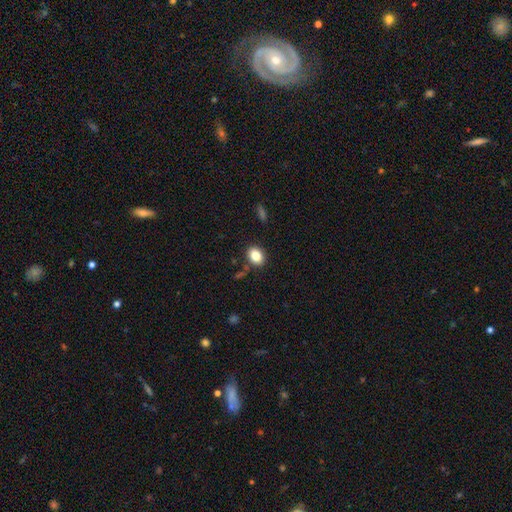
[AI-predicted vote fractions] Smooth or featured?
  - smooth: 83% *
  - star or artifact: 10%
  - featured or disk: 7%
How rounded?
  - in between: 64% *
  - round: 35%
  - cigar-shaped: 1%
Merging?
  - none: 84% *
  - minor disturbance: 10%
  - merger: 3%
  - major disturbance: 3%